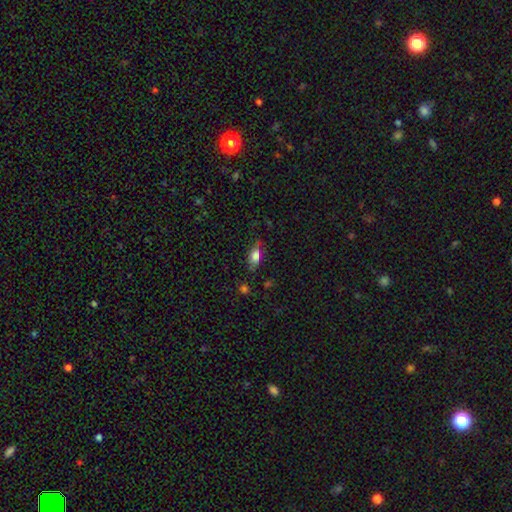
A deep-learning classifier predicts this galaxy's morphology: Smooth or featured?
  - smooth: 75% *
  - featured or disk: 13%
  - star or artifact: 12%
How rounded?
  - in between: 82% *
  - cigar-shaped: 13%
  - round: 5%
Merging?
  - none: 67% *
  - minor disturbance: 23%
  - major disturbance: 7%
  - merger: 3%